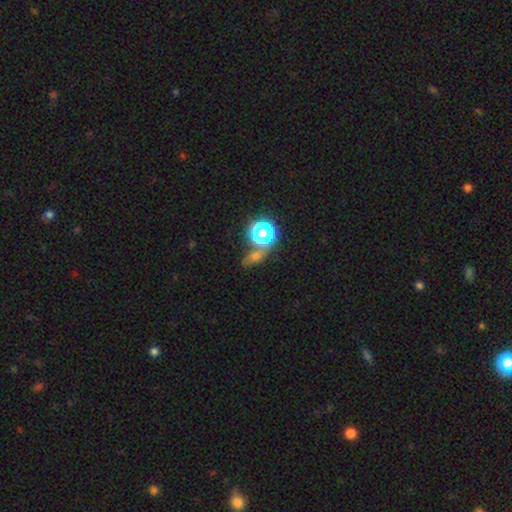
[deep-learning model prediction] Smooth or featured? smooth (54%)
How rounded? round (52%)
Merging? none (48%)